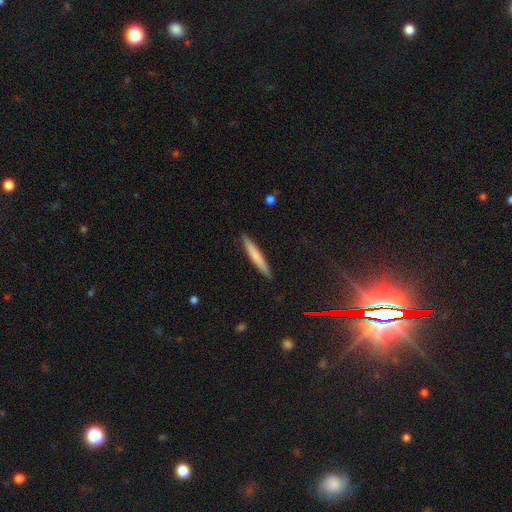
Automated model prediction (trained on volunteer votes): This is likely a smooth galaxy (68%). How rounded: clearly cigar-shaped (96%). Merging: clearly none (91%).